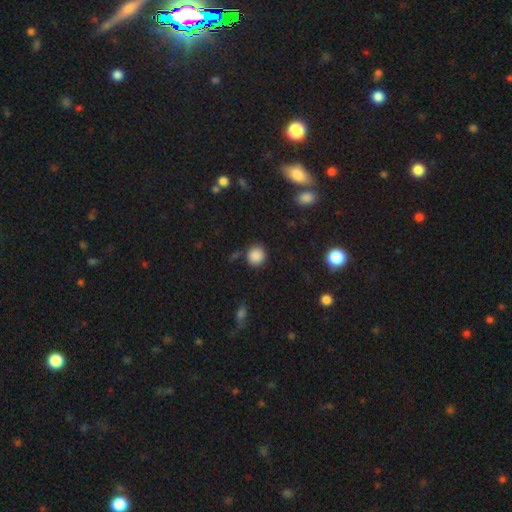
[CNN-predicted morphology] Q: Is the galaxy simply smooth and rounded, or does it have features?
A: smooth — 86%.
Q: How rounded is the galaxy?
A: round — 87%.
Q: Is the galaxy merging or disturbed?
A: none — 80%.